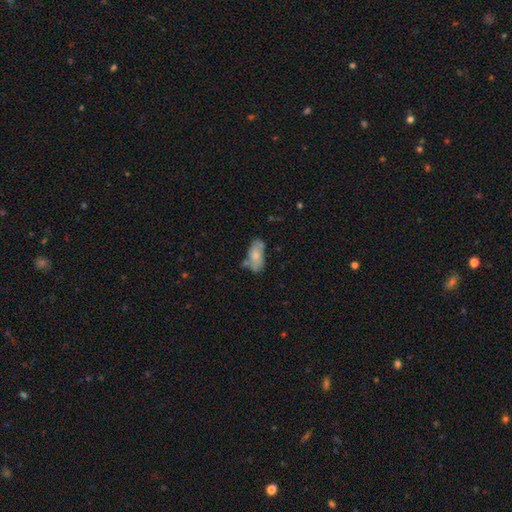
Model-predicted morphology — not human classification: This appears to be a smooth galaxy with no disk features (64%) that is in between round and cigar-shaped (87%). Merging: none (52%).